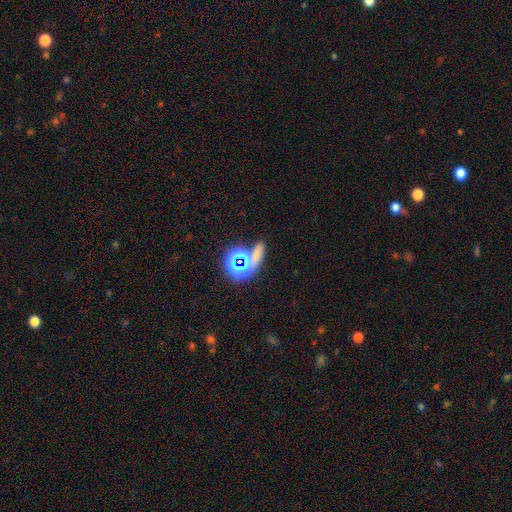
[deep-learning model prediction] A star or artifact, not a galaxy (48%).